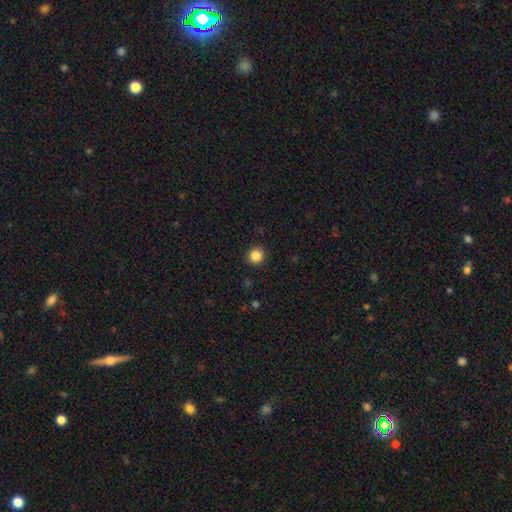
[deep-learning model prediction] This appears to be a smooth galaxy with no disk features (86%) that is round (93%). Merging: none (92%).